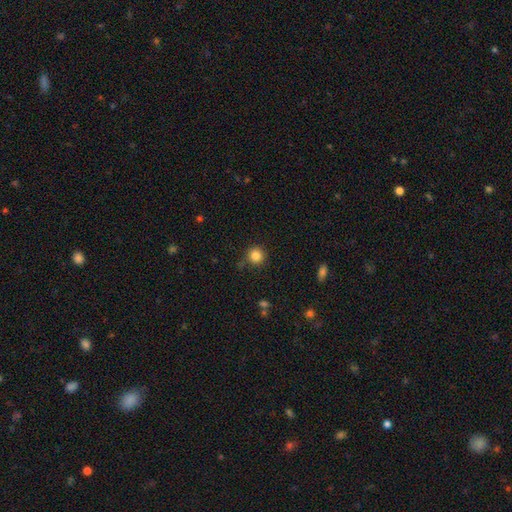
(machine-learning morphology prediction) smooth-or-featured: smooth: 84% | star or artifact: 11% | featured or disk: 5%
  how-rounded: round: 94% | in between: 5% | cigar-shaped: 1%
  merging: none: 85% | minor disturbance: 9% | merger: 3% | major disturbance: 3%